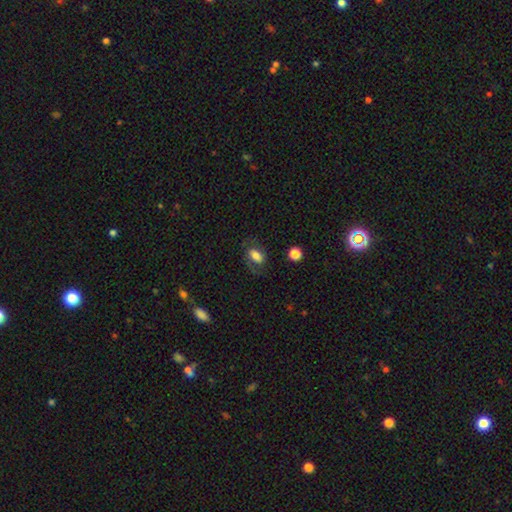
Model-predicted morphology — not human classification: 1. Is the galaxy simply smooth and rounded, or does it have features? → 64% smooth, 27% featured or disk, 9% star or artifact.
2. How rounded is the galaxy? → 85% in between, 12% round, 2% cigar-shaped.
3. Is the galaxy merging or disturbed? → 64% none, 19% minor disturbance, 15% major disturbance, 2% merger.